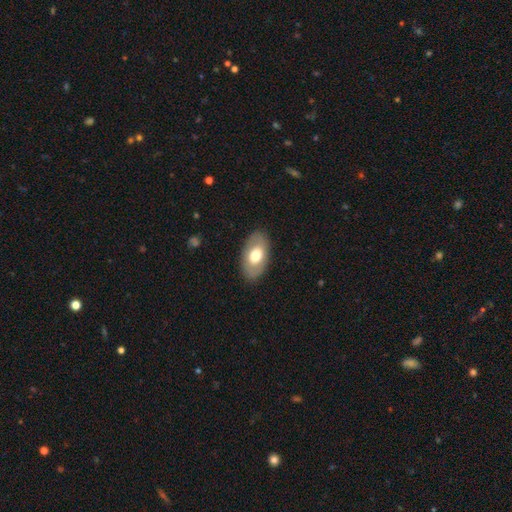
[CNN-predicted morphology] The model was most divided on "smooth or featured": smooth: 62%, featured or disk: 32%, star or artifact: 6%. More confident: how rounded — in between (92%); merging — none (85%).